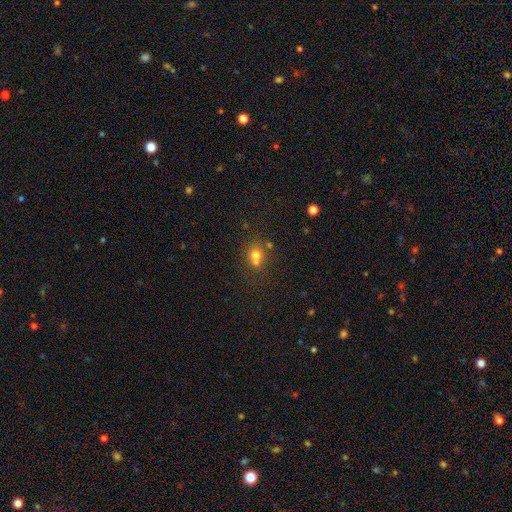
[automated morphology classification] This appears to be a smooth galaxy with no disk features (69%) that is round (79%). Merging: merger (46%).